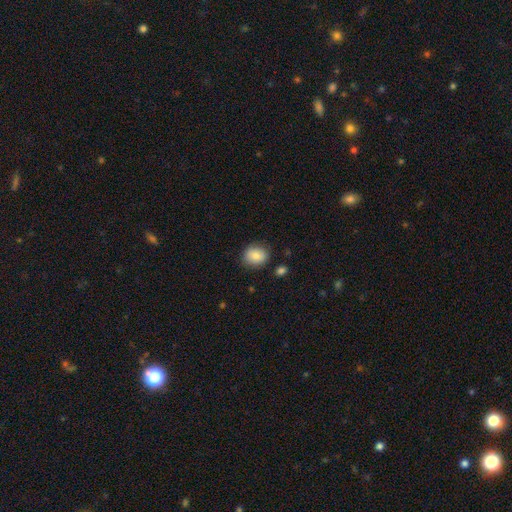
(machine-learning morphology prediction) This is clearly a smooth galaxy (82%). How rounded: likely round (63%). Merging: clearly none (83%).